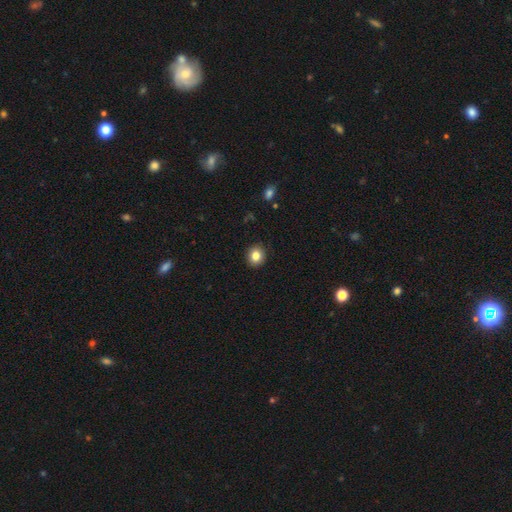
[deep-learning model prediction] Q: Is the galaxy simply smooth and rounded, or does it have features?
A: smooth — 83%.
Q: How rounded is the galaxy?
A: round — 79%.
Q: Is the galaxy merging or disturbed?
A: none — 90%.